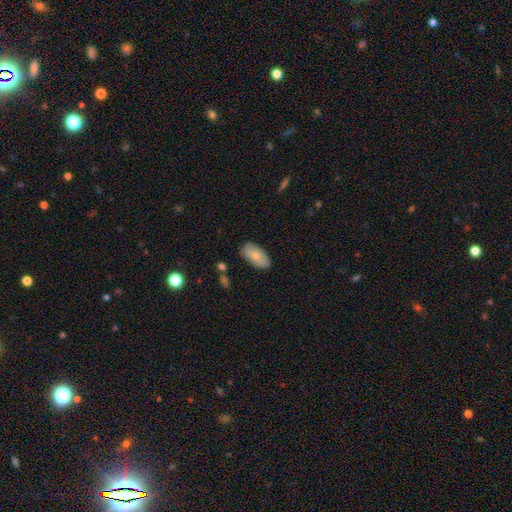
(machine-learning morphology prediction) A smooth galaxy with no disk features (77%) that is in between round and cigar-shaped (94%). Merging: none (83%).